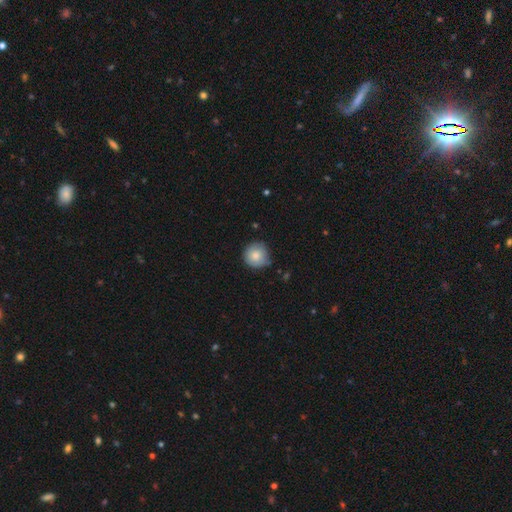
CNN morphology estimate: Smooth or featured? smooth (80%)
How rounded? round (93%)
Merging? none (74%)